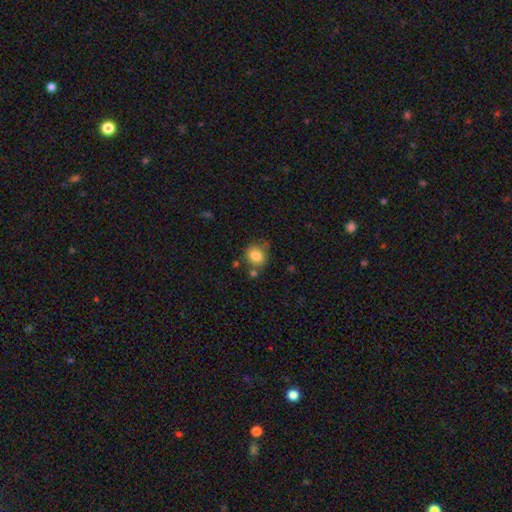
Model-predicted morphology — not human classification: smooth_or_featured: smooth (p=0.82) [alt: star or artifact p=0.10]
how_rounded: round (p=0.73) [alt: in between p=0.26]
merging: none (p=0.63) [alt: minor disturbance p=0.21]